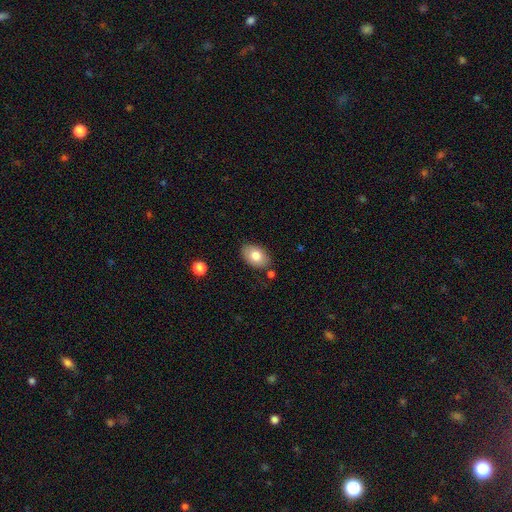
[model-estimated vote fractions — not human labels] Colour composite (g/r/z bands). It shows a smooth galaxy with no disk features (80%) that is in between round and cigar-shaped (87%). Merging: none (80%).